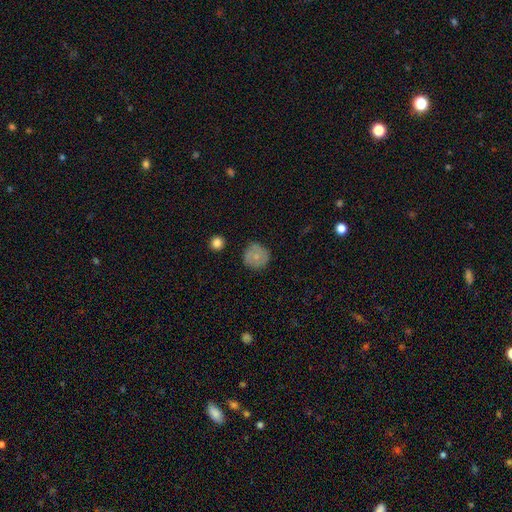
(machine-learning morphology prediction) type=smooth (72%); roundness=round (93%); merging=none (77%).